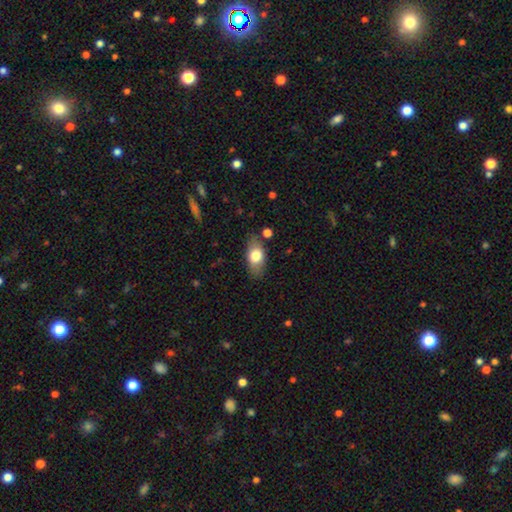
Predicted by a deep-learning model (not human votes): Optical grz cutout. It shows a smooth galaxy with no disk features (73%) that is in between round and cigar-shaped (86%). Merging: none (78%).